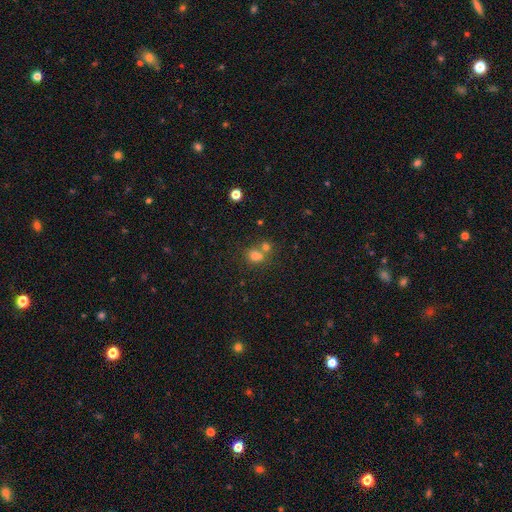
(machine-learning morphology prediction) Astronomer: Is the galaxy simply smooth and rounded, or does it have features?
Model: smooth — 73%.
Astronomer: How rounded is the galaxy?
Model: round — 67%.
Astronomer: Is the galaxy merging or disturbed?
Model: merger — 51% (runner-up: none, 38%).